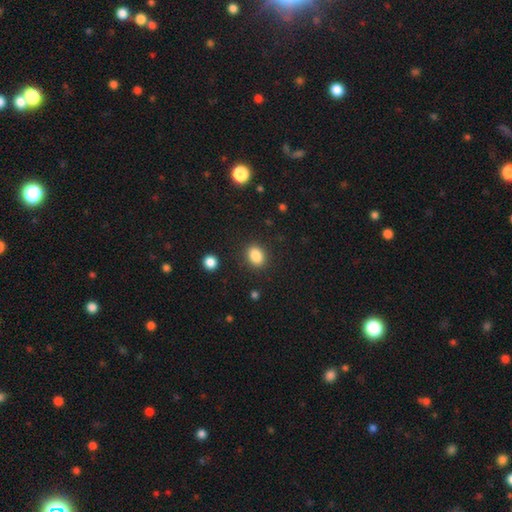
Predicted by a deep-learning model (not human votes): A smooth galaxy with no disk features (86%) that is in between round and cigar-shaped (63%). Merging: none (87%).